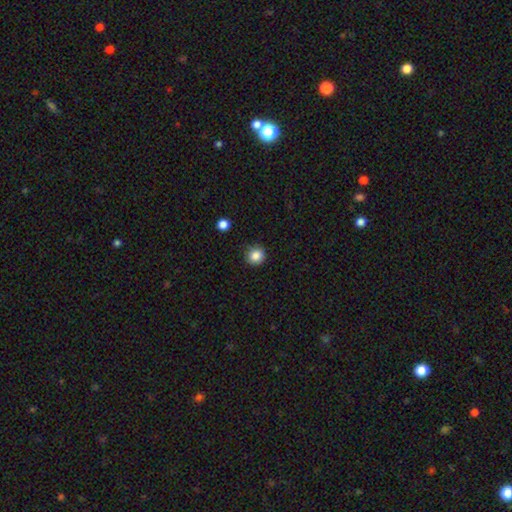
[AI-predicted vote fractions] A smooth galaxy with no disk features (85%) that is round (91%).

Vote fractions:
- Smooth or featured? smooth: 85% / star or artifact: 11% / featured or disk: 4%
- How rounded? round: 91% / in between: 8% / cigar-shaped: 1%
- Merging? none: 85% / minor disturbance: 11% / major disturbance: 2% / merger: 1%